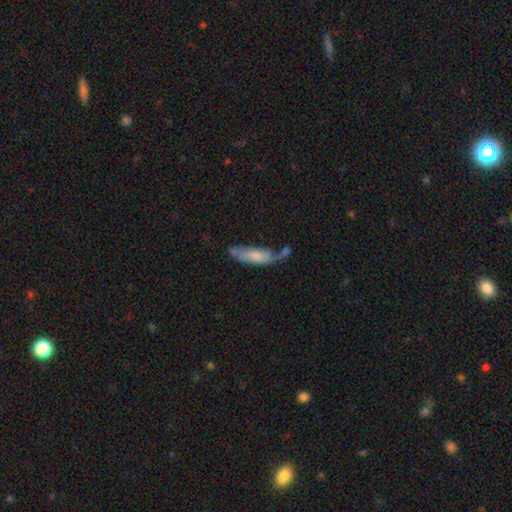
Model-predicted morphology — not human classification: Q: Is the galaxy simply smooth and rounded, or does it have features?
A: smooth — 60%.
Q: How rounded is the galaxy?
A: cigar-shaped — 50%.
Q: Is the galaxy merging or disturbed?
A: none — 37%.